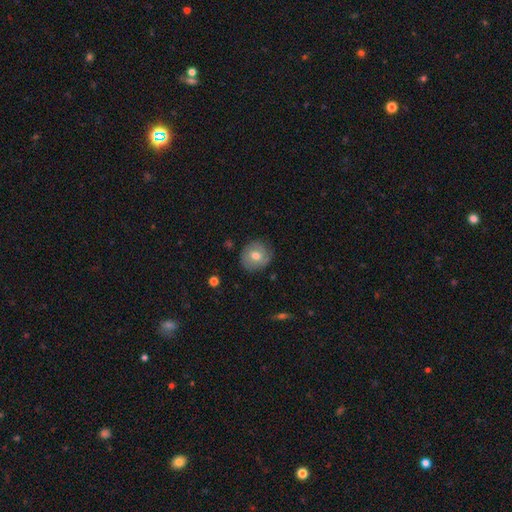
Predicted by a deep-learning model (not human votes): This is likely a smooth galaxy (64%). How rounded: clearly round (86%). Merging: clearly none (81%).